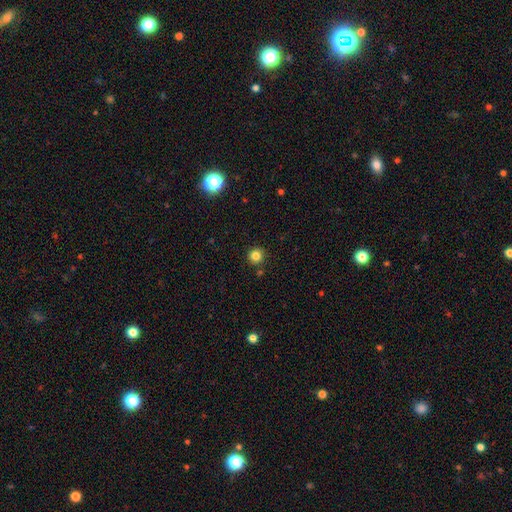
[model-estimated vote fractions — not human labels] Q: Smooth or featured?
A: smooth (82%); runner-up: star or artifact (13%)
Q: How rounded?
A: round (95%); runner-up: in between (4%)
Q: Merging?
A: none (88%); runner-up: minor disturbance (6%)